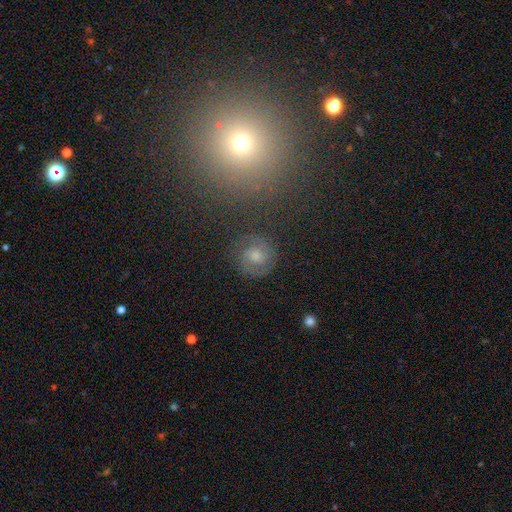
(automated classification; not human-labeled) This is possibly a featured or disk galaxy (58%). It is clearly not viewed edge-on (97%). Bar: possibly no (59%). Spiral arm pattern: clearly yes (90%). Spiral arm count: likely 2 (75%). Spiral winding: possibly tight (53%). Central bulge: possibly moderate (53%). Merging: clearly none (80%).